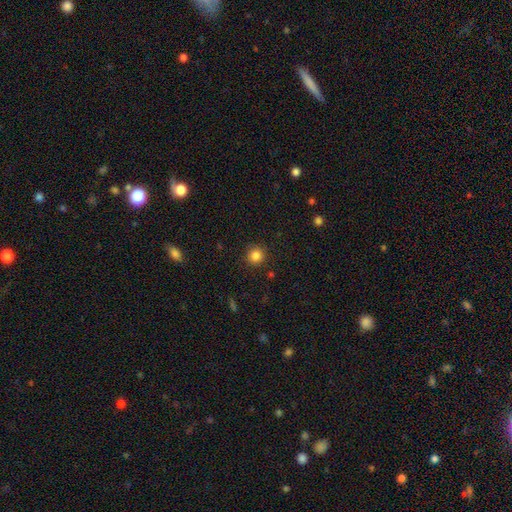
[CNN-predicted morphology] Smooth or featured?
  - smooth: 84% *
  - star or artifact: 12%
  - featured or disk: 5%
How rounded?
  - round: 94% *
  - in between: 5%
  - cigar-shaped: 1%
Merging?
  - none: 90% *
  - minor disturbance: 7%
  - major disturbance: 2%
  - merger: 1%